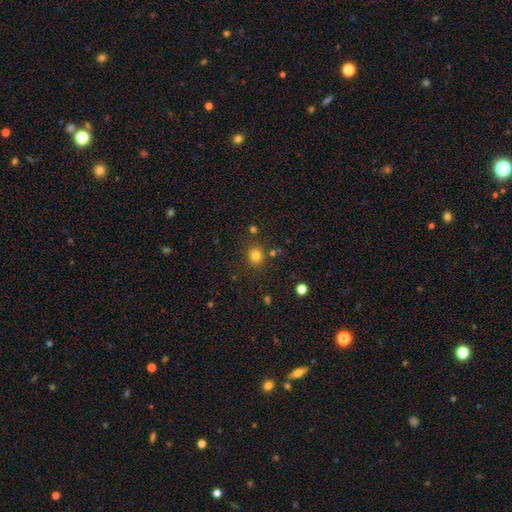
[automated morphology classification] This is likely a smooth galaxy (80%). How rounded: clearly round (83%). Merging: clearly none (83%).